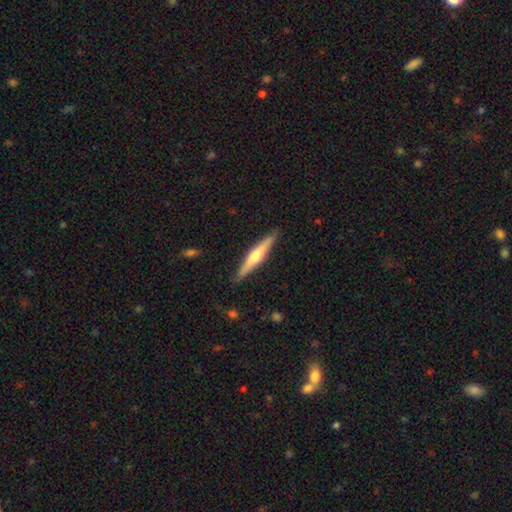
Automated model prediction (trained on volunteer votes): Smooth or featured: featured or disk — 63% (smooth — 32%)
Edge-on disk: yes — 97% (no — 3%)
Edge-on bulge: rounded — 90% (none — 6%)
Merging: none — 90% (minor disturbance — 8%)